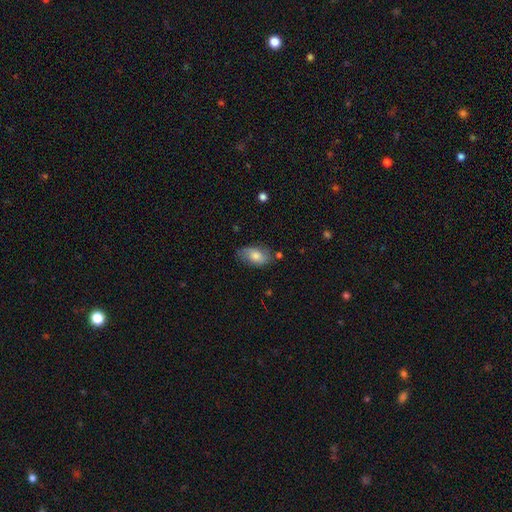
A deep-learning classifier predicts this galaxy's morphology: The model was most divided on "merging": none: 68%, minor disturbance: 23%, major disturbance: 6%, merger: 3%. More confident: how rounded — in between (92%); smooth or featured — smooth (72%).